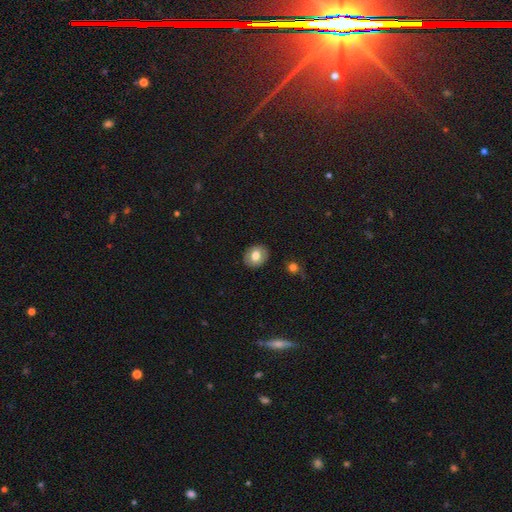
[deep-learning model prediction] This appears to be a smooth galaxy with no disk features (72%) that is round (59%). Merging: none (88%).